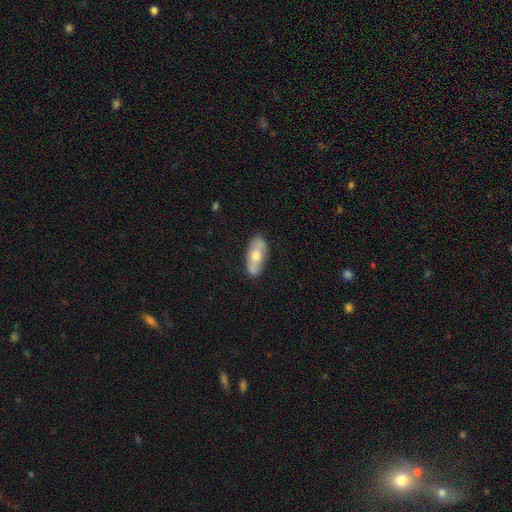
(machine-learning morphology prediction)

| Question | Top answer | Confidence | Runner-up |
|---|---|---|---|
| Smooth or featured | smooth | 53% | featured or disk (41%) |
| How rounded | in between | 80% | cigar-shaped (16%) |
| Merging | none | 81% | minor disturbance (14%) |